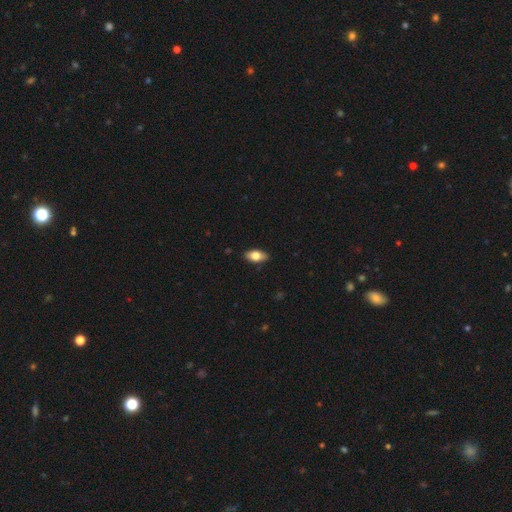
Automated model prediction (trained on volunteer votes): smooth-or-featured: smooth: 78% | featured or disk: 16% | star or artifact: 6%
  how-rounded: in between: 90% | cigar-shaped: 6% | round: 4%
  merging: none: 87% | minor disturbance: 10% | major disturbance: 2% | merger: 1%